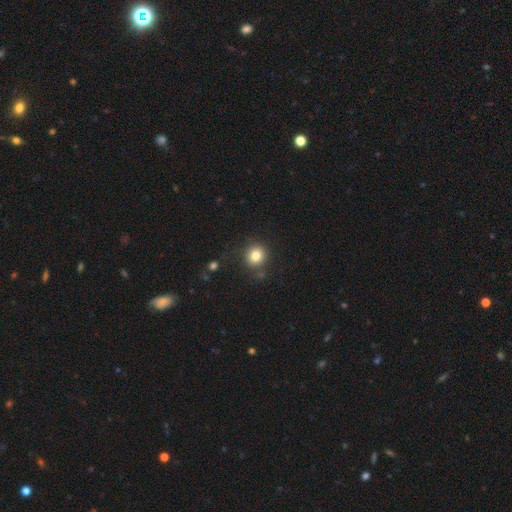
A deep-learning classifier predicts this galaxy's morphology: Smooth or featured? Predicted: smooth (p=0.82). How rounded? Predicted: round (p=0.88). Merging? Predicted: none (p=0.83).